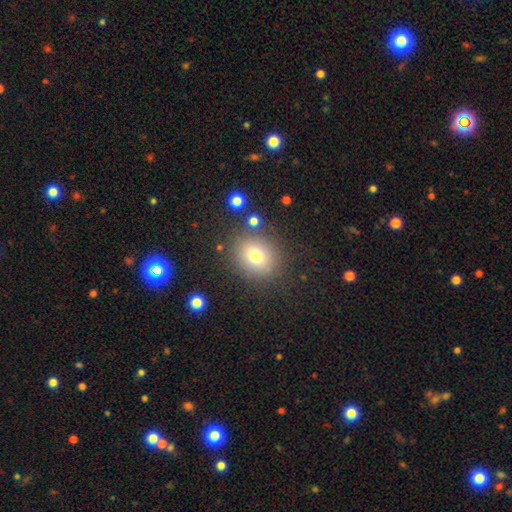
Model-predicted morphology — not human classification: type=smooth (75%); roundness=round (71%); merging=none (82%).